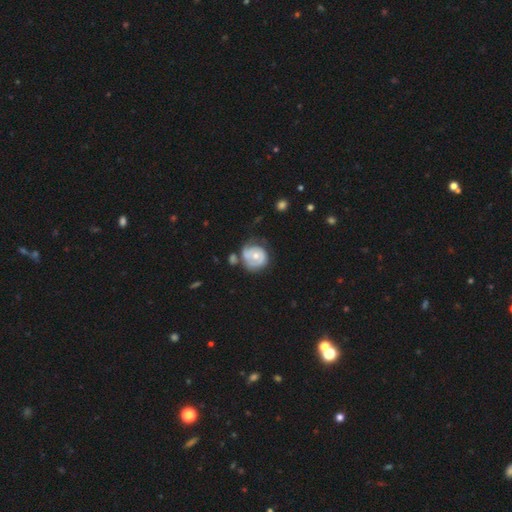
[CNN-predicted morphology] smooth_or_featured: featured or disk (p=0.66) [alt: smooth p=0.28]
disk_edge_on: no (p=0.98) [alt: yes p=0.02]
bar: no (p=0.77) [alt: weak p=0.19]
has_spiral_arms: yes (p=0.75) [alt: no p=0.25]
bulge_size: moderate (p=0.62) [alt: small p=0.33]
merging: none (p=0.47) [alt: minor disturbance p=0.27]